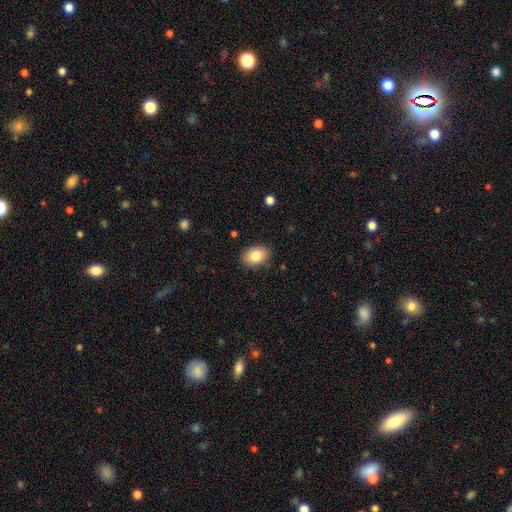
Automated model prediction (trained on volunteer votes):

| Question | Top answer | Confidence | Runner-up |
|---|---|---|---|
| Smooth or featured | smooth | 83% | featured or disk (9%) |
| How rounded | in between | 80% | round (19%) |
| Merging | none | 86% | minor disturbance (10%) |